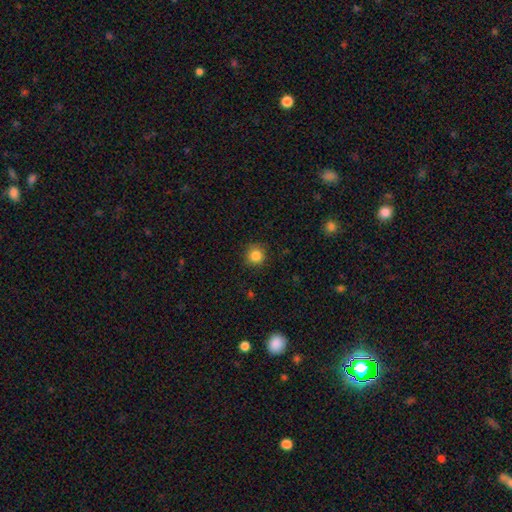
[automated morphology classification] This is clearly a smooth galaxy (85%). How rounded: clearly round (93%). Merging: clearly none (87%).